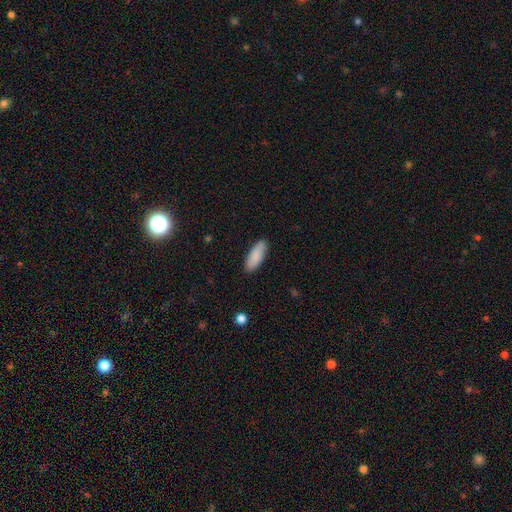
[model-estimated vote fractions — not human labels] The model was most divided on "how rounded": in between: 68%, cigar-shaped: 30%, round: 2%. More confident: merging — none (89%); smooth or featured — smooth (87%).